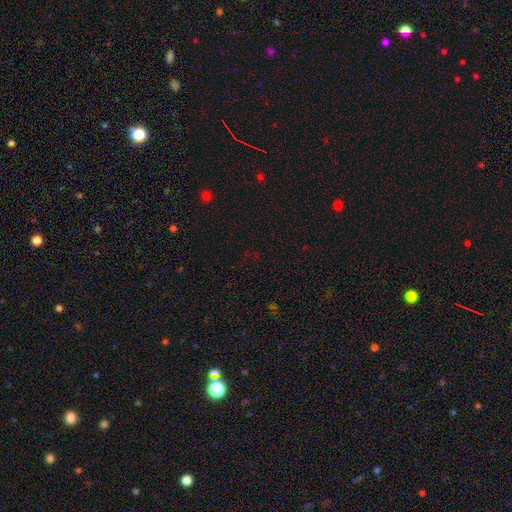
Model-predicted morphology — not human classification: smooth_or_featured: star or artifact (p=0.69) [alt: smooth p=0.24]